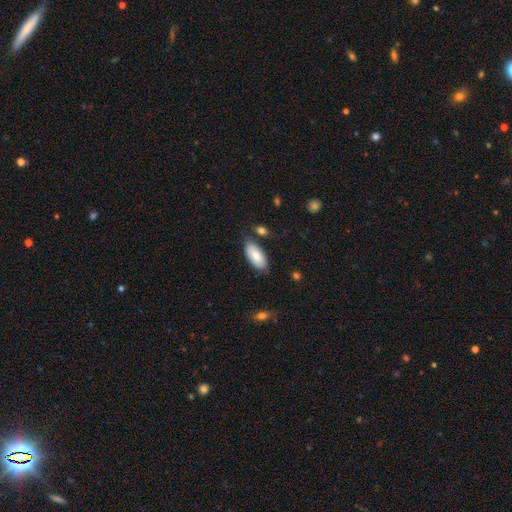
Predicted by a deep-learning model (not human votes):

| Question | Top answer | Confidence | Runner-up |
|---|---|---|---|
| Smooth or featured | smooth | 80% | featured or disk (14%) |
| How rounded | in between | 91% | cigar-shaped (7%) |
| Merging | none | 75% | minor disturbance (18%) |